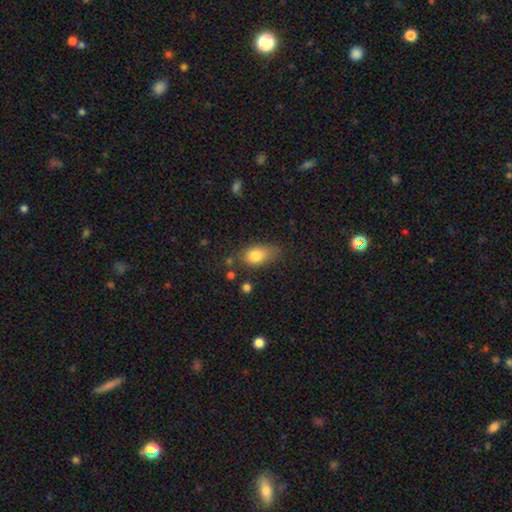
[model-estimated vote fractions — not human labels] Morphology: type=smooth (80%); roundness=in between (82%); merging=none (53%).